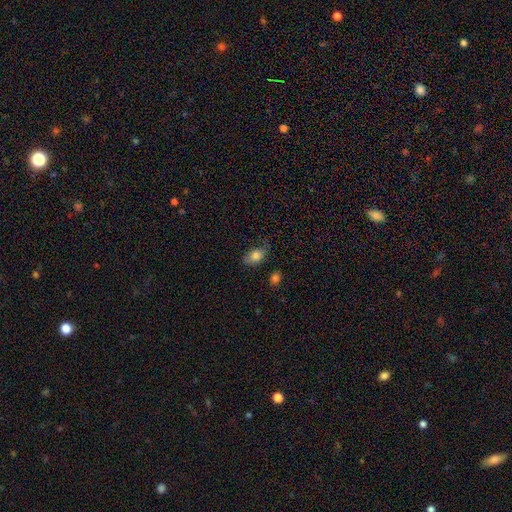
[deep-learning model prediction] A smooth galaxy with no disk features (81%) that is in between round and cigar-shaped (85%). Merging: none (52%).